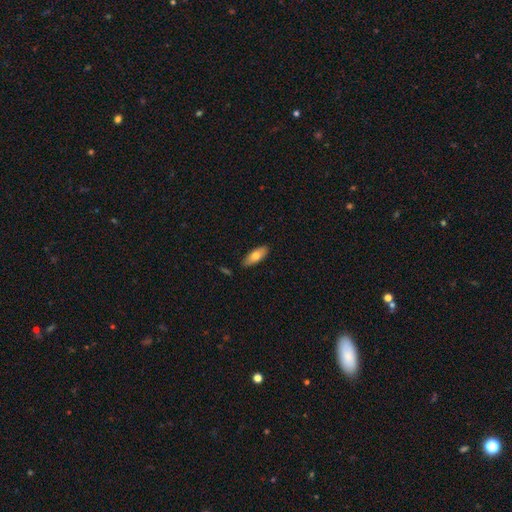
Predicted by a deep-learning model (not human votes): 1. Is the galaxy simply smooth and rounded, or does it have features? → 71% smooth, 23% featured or disk, 6% star or artifact.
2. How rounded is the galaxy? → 74% in between, 24% cigar-shaped, 2% round.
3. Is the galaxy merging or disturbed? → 85% none, 11% minor disturbance, 2% merger, 2% major disturbance.